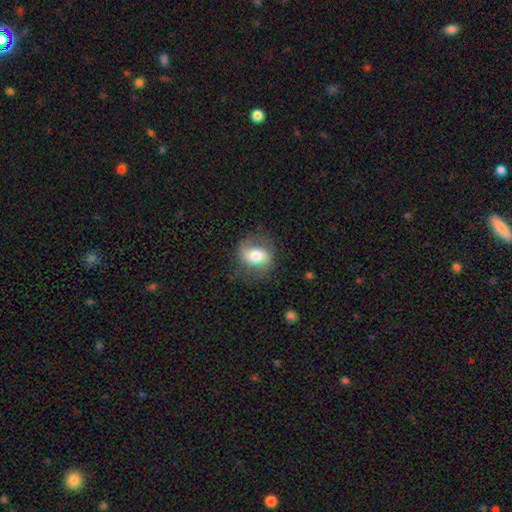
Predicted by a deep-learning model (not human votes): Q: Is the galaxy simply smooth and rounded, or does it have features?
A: smooth — 47%.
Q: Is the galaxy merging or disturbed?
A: none — 72%.